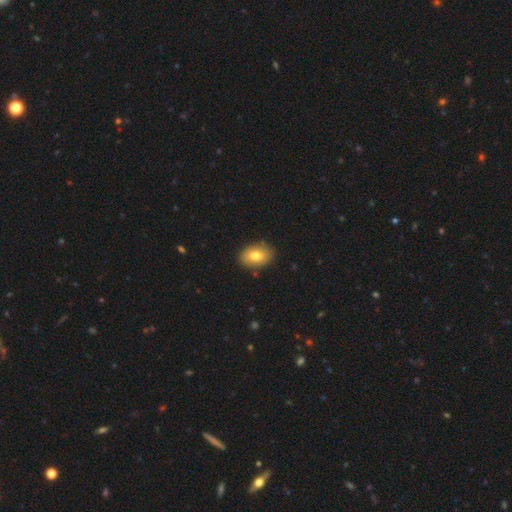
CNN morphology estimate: The model was most divided on "smooth or featured": smooth: 76%, featured or disk: 16%, star or artifact: 8%. More confident: merging — none (85%); how rounded — in between (82%).